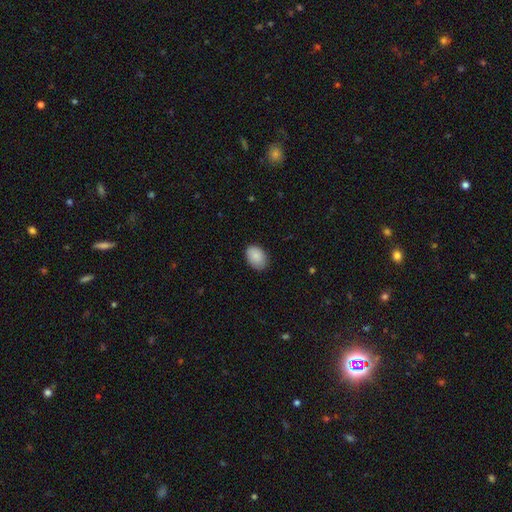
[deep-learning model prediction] A smooth galaxy with no disk features (89%) that is in between round and cigar-shaped (85%). Merging: none (82%).